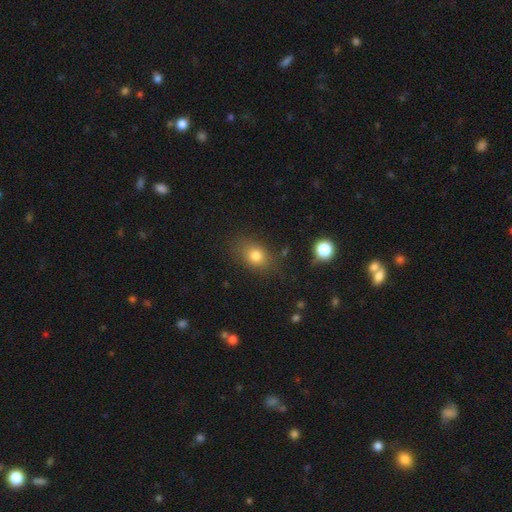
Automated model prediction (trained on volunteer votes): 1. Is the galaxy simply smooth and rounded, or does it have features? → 79% smooth, 12% star or artifact, 9% featured or disk.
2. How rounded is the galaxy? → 60% in between, 39% round, 1% cigar-shaped.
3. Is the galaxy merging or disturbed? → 76% none, 16% minor disturbance, 5% major disturbance, 3% merger.